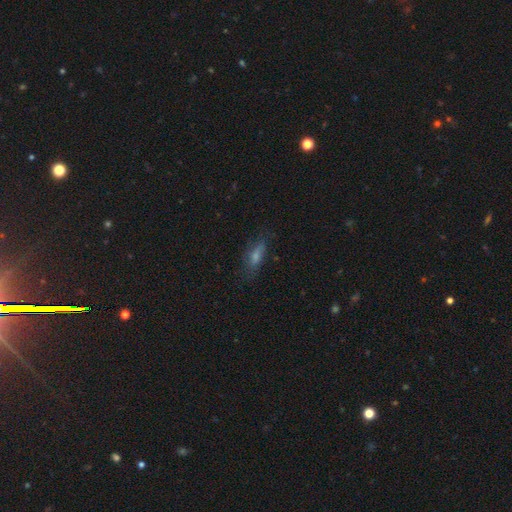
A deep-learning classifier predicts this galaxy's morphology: smooth 49%, featured or disk 31%, star or artifact 20%. Down the decision tree: merging — none (74%).